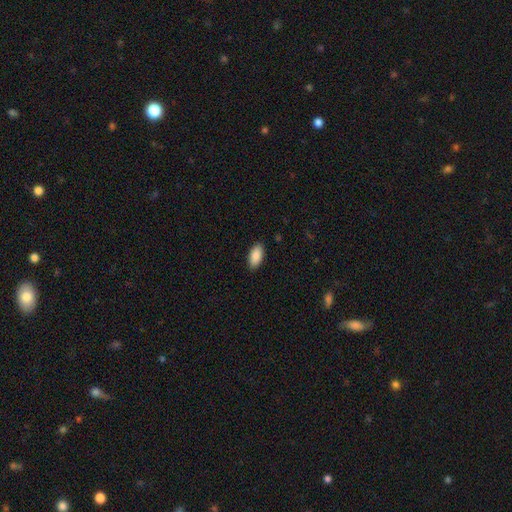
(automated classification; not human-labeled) smooth 90%, star or artifact 6%, featured or disk 4%. Down the decision tree: how rounded — in between (93%); merging — none (89%).